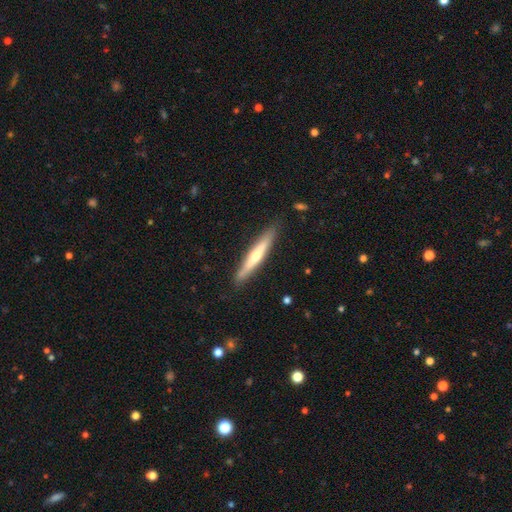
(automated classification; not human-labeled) Smooth or featured? Predicted: featured or disk (p=0.54). Edge-on disk? Predicted: yes (p=0.94). Edge-on bulge? Predicted: rounded (p=0.77). Merging? Predicted: none (p=0.88).